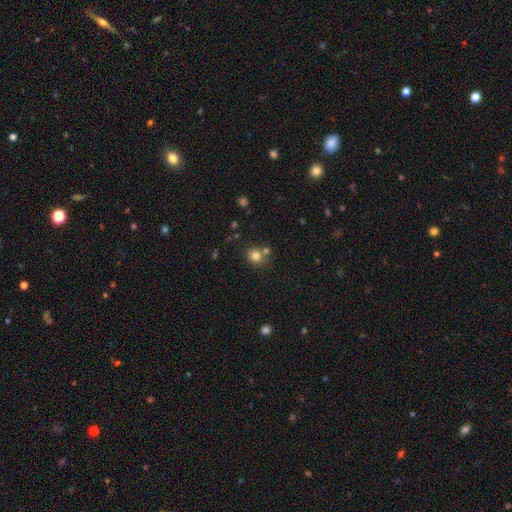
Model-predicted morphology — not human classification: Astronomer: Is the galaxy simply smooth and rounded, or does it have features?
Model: smooth — 79%.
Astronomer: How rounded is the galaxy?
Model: round — 85%.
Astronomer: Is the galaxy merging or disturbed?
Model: none — 65%.